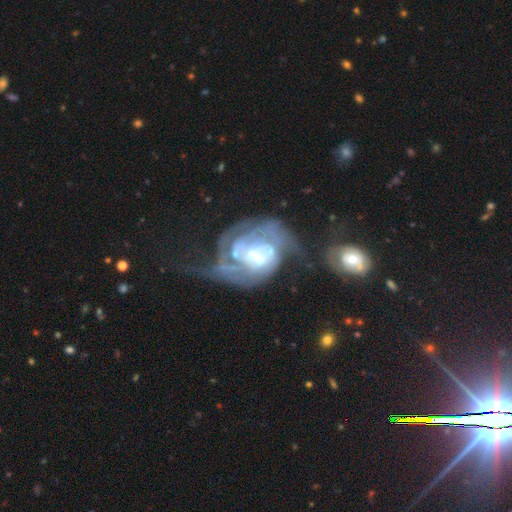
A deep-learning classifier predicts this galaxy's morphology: Smooth or featured: featured or disk — 84% (smooth — 9%)
Edge-on disk: no — 97% (yes — 3%)
Bar: weak — 43% (no — 42%)
Spiral arms: yes — 88% (no — 12%)
Spiral winding: tight — 47% (medium — 36%)
Spiral arm count: can't tell — 35% (2 — 33%)
Bulge size: moderate — 51% (small — 31%)
Merging: major disturbance — 38% (merger — 26%)